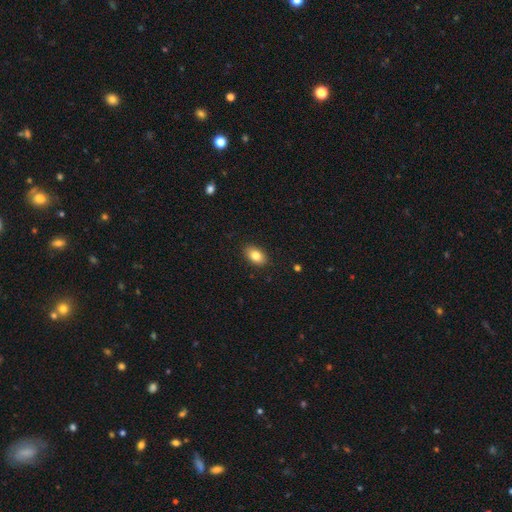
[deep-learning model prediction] This is clearly a smooth galaxy (83%). How rounded: clearly in between (88%). Merging: clearly none (89%).